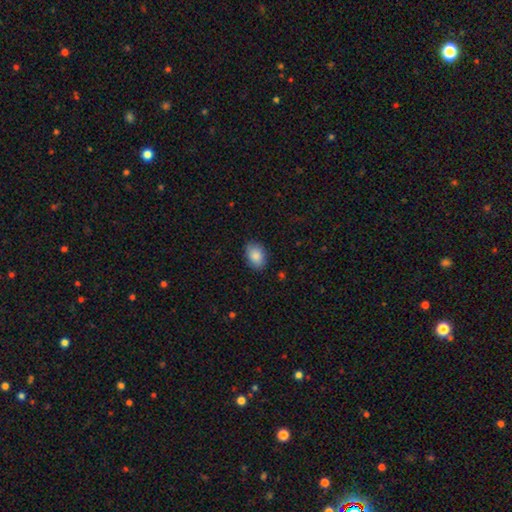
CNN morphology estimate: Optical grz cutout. It shows a smooth galaxy with no disk features (87%) that is in between round and cigar-shaped (84%). Merging: none (85%).